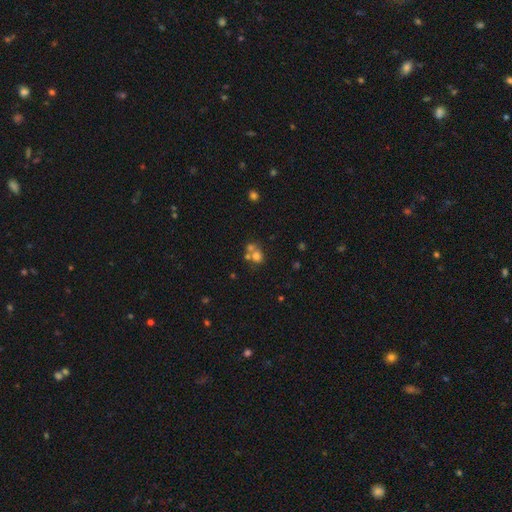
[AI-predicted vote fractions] Overall: smooth (64%). How rounded: round (75%). Merging: merger (49%; none 39%).